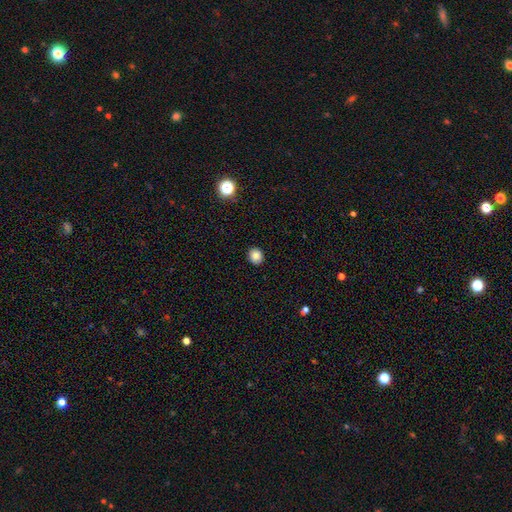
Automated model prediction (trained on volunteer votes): Smooth or featured: smooth — 82% (star or artifact — 11%)
How rounded: round — 85% (in between — 14%)
Merging: none — 92% (minor disturbance — 6%)